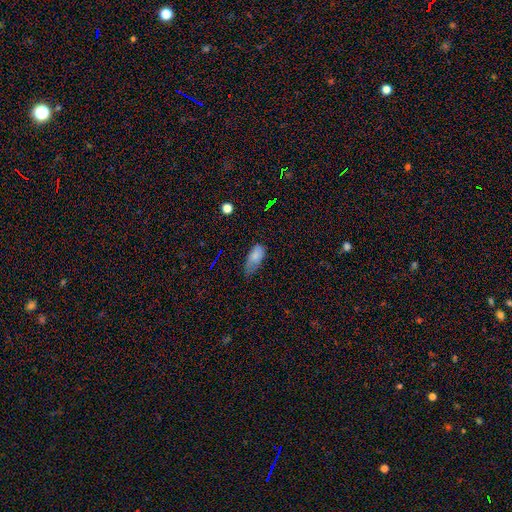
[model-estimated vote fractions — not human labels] A smooth galaxy with no disk features (78%) that is in between round and cigar-shaped (90%). Merging: minor disturbance (47%).